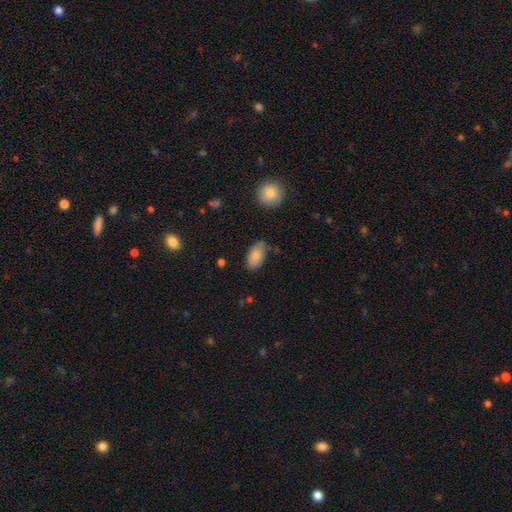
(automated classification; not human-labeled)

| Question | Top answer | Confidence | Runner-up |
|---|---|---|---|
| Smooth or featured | smooth | 83% | featured or disk (10%) |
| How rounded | in between | 93% | round (4%) |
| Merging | none | 74% | minor disturbance (19%) |